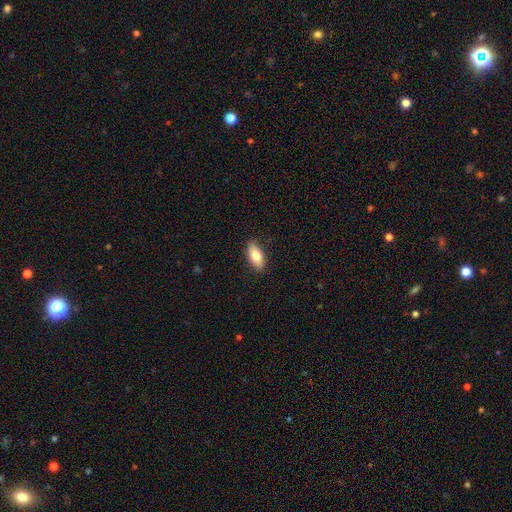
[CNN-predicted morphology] smooth 80%, featured or disk 14%, star or artifact 6%. Down the decision tree: how rounded — in between (87%); merging — none (87%).